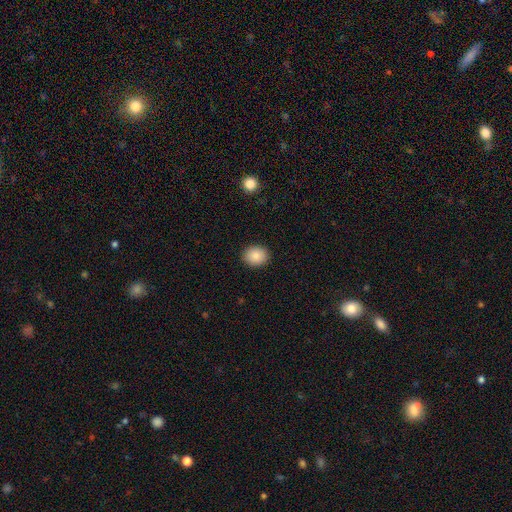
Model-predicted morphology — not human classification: A smooth galaxy with no disk features (88%) that is round (60%).

Vote fractions:
- Smooth or featured? smooth: 88% / star or artifact: 8% / featured or disk: 4%
- How rounded? round: 60% / in between: 39% / cigar-shaped: 1%
- Merging? none: 91% / minor disturbance: 6% / major disturbance: 2% / merger: 1%